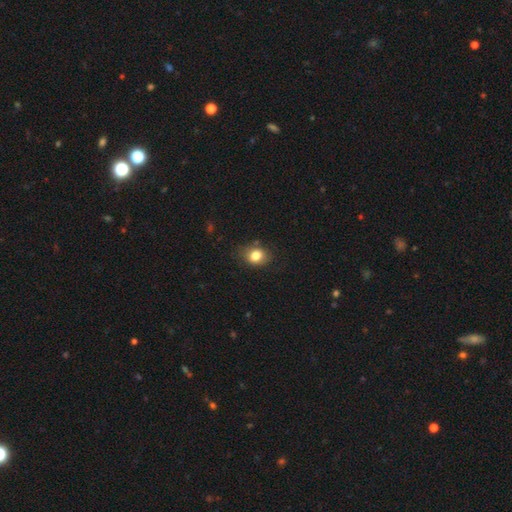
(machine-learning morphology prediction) smooth_or_featured: smooth (p=0.80) [alt: star or artifact p=0.11]
how_rounded: in between (p=0.53) [alt: round p=0.46]
merging: none (p=0.79) [alt: minor disturbance p=0.15]